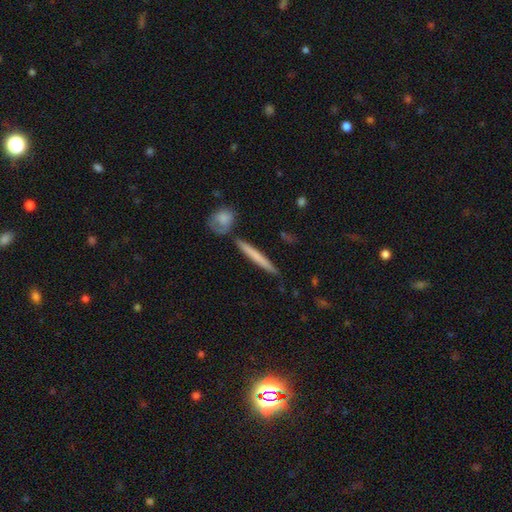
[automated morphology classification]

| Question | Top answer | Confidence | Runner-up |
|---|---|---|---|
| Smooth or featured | smooth | 60% | featured or disk (34%) |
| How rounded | cigar-shaped | 95% | in between (3%) |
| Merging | none | 82% | minor disturbance (10%) |